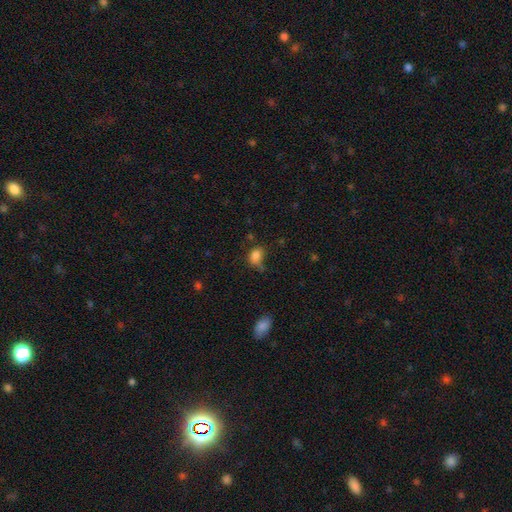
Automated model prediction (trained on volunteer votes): Smooth or featured? Predicted: smooth (p=0.80). How rounded? Predicted: in between (p=0.72). Merging? Predicted: none (p=0.44).